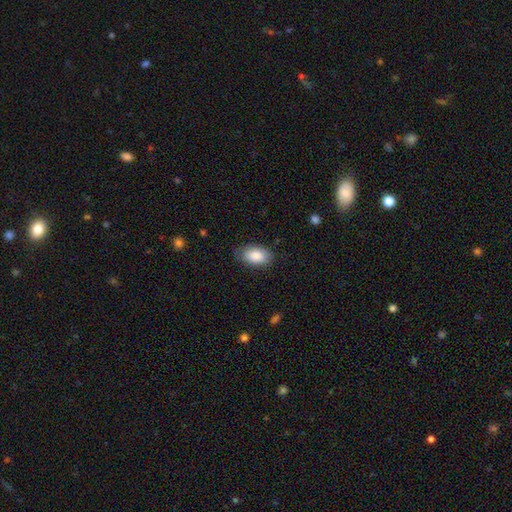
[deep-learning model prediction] smooth-or-featured: smooth: 85% | featured or disk: 8% | star or artifact: 6%
  how-rounded: in between: 93% | round: 6% | cigar-shaped: 2%
  merging: none: 78% | minor disturbance: 17% | major disturbance: 4% | merger: 1%